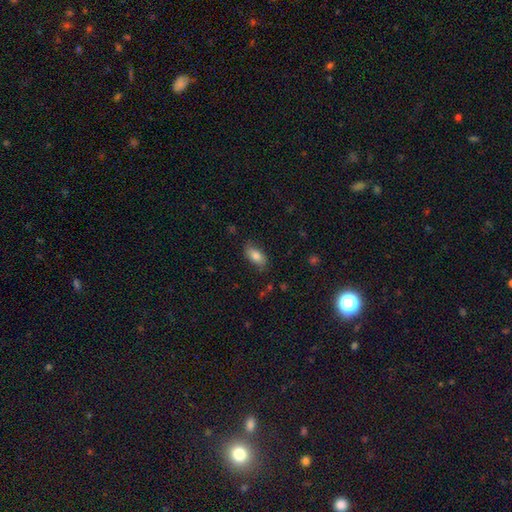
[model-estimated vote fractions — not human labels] The model was most divided on "merging": none: 79%, minor disturbance: 16%, major disturbance: 4%, merger: 1%. More confident: how rounded — in between (90%); smooth or featured — smooth (81%).